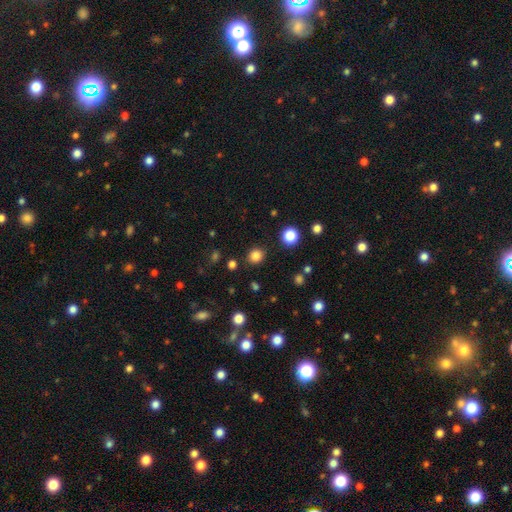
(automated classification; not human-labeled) Morphology: type=smooth (83%); roundness=round (87%); merging=none (89%).